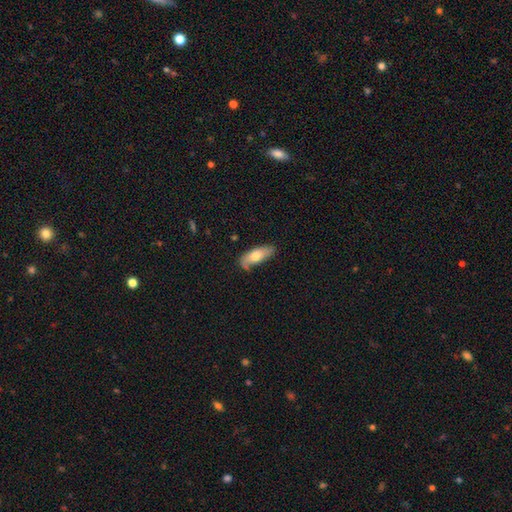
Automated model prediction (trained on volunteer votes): smooth_or_featured: smooth (p=0.67) [alt: featured or disk p=0.27]
how_rounded: in between (p=0.73) [alt: cigar-shaped p=0.25]
merging: none (p=0.65) [alt: minor disturbance p=0.26]